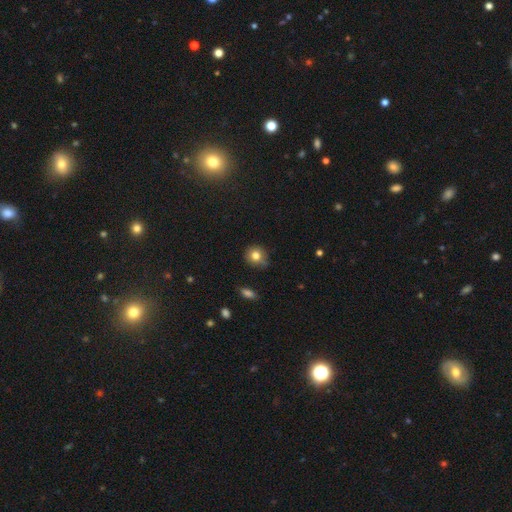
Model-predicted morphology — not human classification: A smooth galaxy with no disk features (79%) that is round (83%). Merging: none (74%).